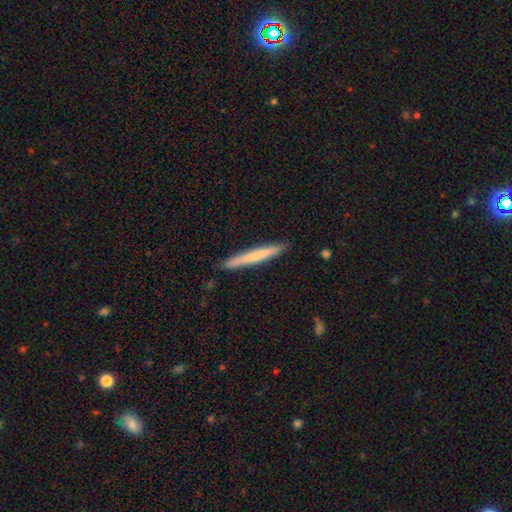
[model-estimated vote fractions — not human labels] The model was most divided on "smooth or featured": smooth: 63%, featured or disk: 31%, star or artifact: 5%. More confident: how rounded — cigar-shaped (97%); merging — none (91%).